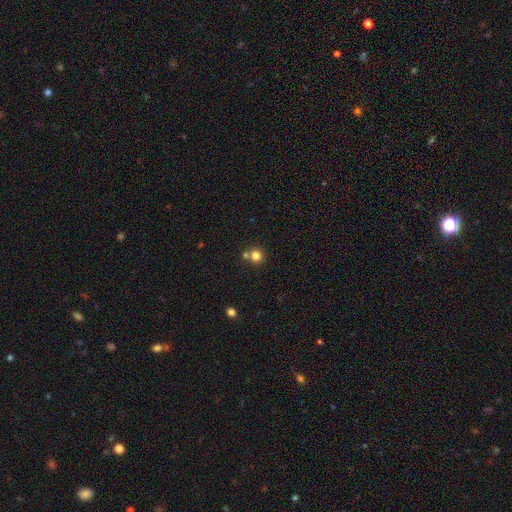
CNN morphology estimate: Smooth or featured? Predicted: smooth (p=0.80). How rounded? Predicted: round (p=0.92). Merging? Predicted: none (p=0.65).